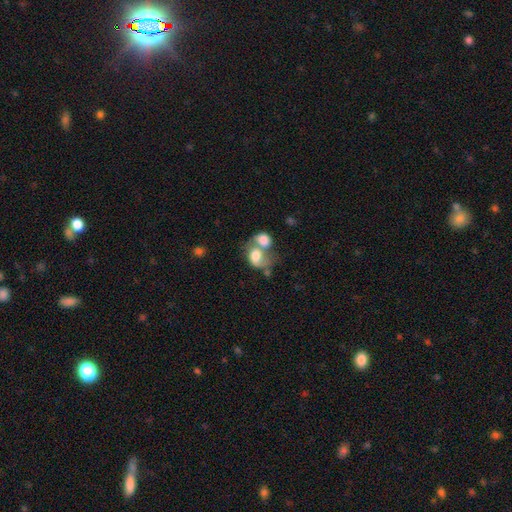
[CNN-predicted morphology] smooth 65%, featured or disk 26%, star or artifact 8%. Down the decision tree: how rounded — in between (56%); merging — merger (73%).